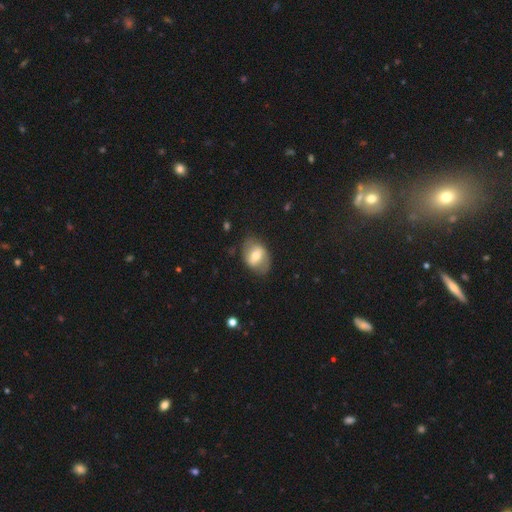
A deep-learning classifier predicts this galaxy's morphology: Smooth or featured: smooth — 53% (featured or disk — 40%)
How rounded: in between — 74% (round — 25%)
Merging: none — 72% (minor disturbance — 19%)